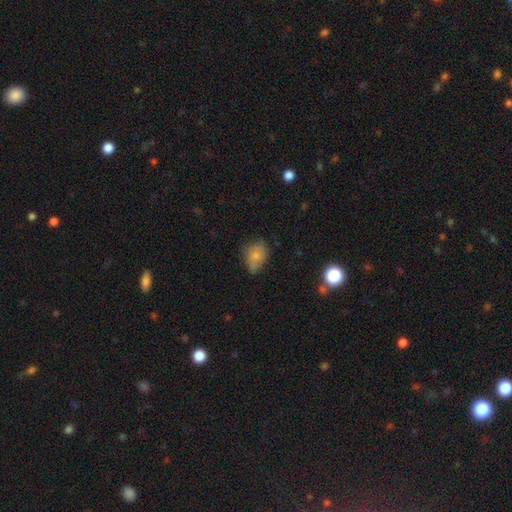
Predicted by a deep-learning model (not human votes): A smooth galaxy with no disk features (75%) that is in between round and cigar-shaped (69%).

Vote fractions:
- Smooth or featured? smooth: 75% / featured or disk: 15% / star or artifact: 10%
- How rounded? in between: 69% / round: 30% / cigar-shaped: 1%
- Merging? none: 46% / minor disturbance: 38% / major disturbance: 11% / merger: 4%